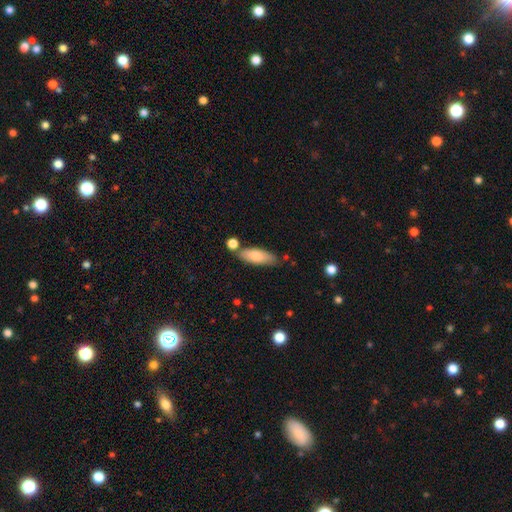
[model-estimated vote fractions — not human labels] A smooth galaxy with no disk features (76%) that is in between round and cigar-shaped (66%).

Vote fractions:
- Smooth or featured? smooth: 76% / featured or disk: 18% / star or artifact: 6%
- How rounded? in between: 66% / cigar-shaped: 32% / round: 2%
- Merging? none: 70% / minor disturbance: 17% / merger: 10% / major disturbance: 3%